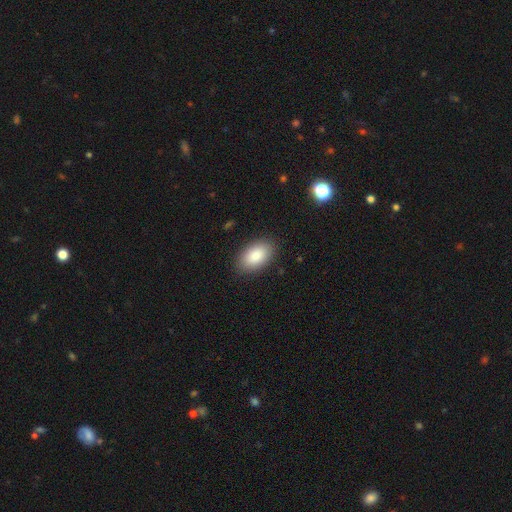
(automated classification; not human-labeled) A smooth galaxy with no disk features (87%) that is in between round and cigar-shaped (94%).

Vote fractions:
- Smooth or featured? smooth: 87% / star or artifact: 6% / featured or disk: 6%
- How rounded? in between: 94% / round: 5% / cigar-shaped: 1%
- Merging? none: 87% / minor disturbance: 9% / major disturbance: 2% / merger: 1%